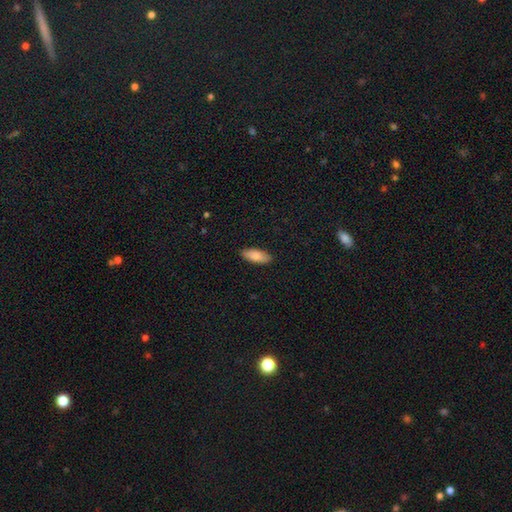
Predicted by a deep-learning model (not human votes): This appears to be a smooth galaxy with no disk features (86%) that is in between round and cigar-shaped (78%). Merging: none (89%).